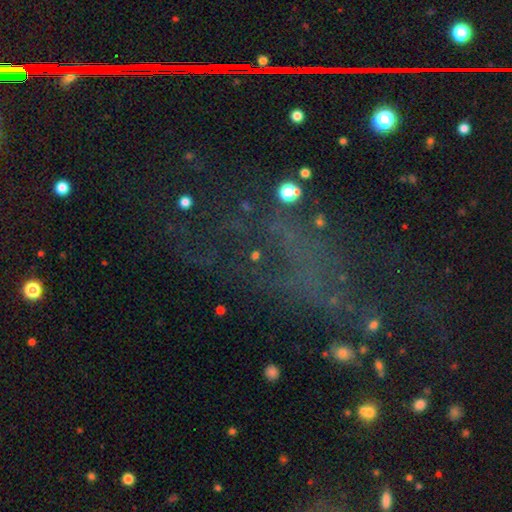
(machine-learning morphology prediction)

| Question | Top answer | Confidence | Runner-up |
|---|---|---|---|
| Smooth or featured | star or artifact | 54% | smooth (29%) |